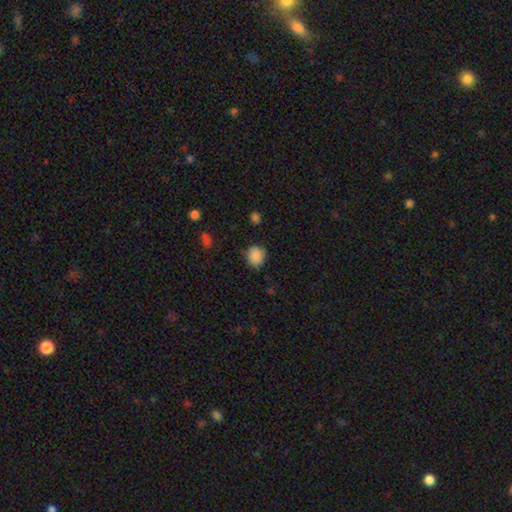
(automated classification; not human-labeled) A smooth galaxy with no disk features (87%) that is round (76%).

Vote fractions:
- Smooth or featured? smooth: 87% / star or artifact: 8% / featured or disk: 5%
- How rounded? round: 76% / in between: 23% / cigar-shaped: 1%
- Merging? none: 77% / minor disturbance: 18% / major disturbance: 3% / merger: 1%